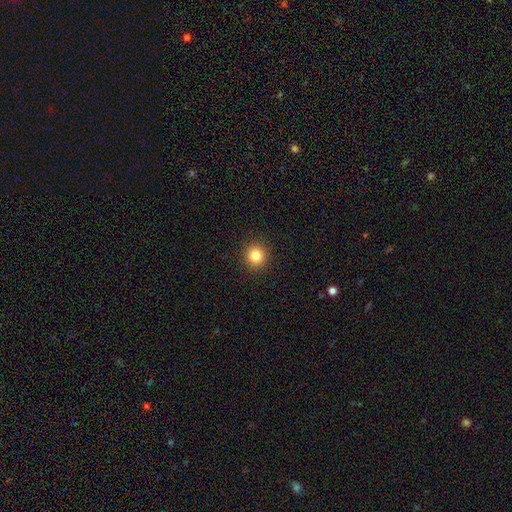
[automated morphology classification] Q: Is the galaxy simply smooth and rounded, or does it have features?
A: smooth — 83%.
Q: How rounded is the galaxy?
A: round — 94%.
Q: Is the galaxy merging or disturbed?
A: none — 92%.